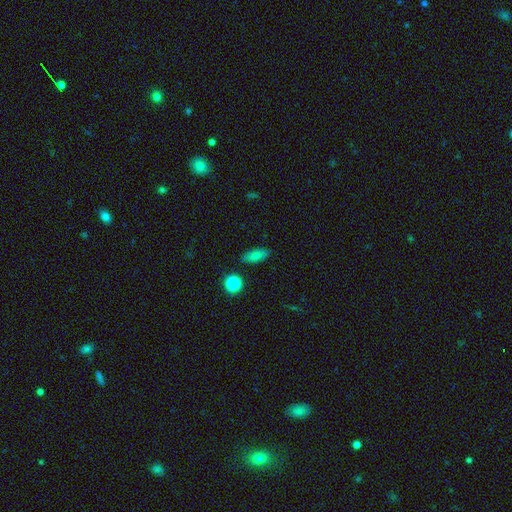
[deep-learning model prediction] A smooth galaxy with no disk features (78%) that is in between round and cigar-shaped (78%). Merging: none (85%).